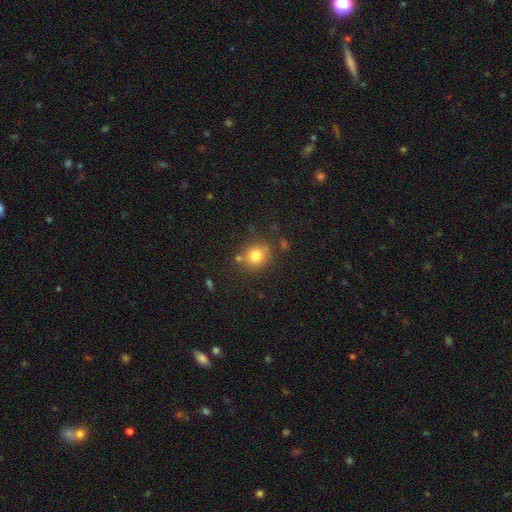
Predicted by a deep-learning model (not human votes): smooth_or_featured: smooth (p=0.80) [alt: star or artifact p=0.11]
how_rounded: round (p=0.79) [alt: in between p=0.20]
merging: none (p=0.77) [alt: minor disturbance p=0.12]